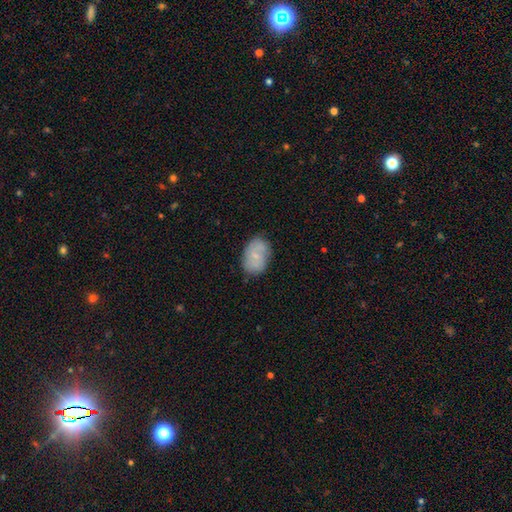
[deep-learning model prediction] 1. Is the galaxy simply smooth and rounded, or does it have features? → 65% smooth, 27% featured or disk, 8% star or artifact.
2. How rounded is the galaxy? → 85% in between, 14% round, 1% cigar-shaped.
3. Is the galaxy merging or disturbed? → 74% none, 19% minor disturbance, 4% major disturbance, 2% merger.